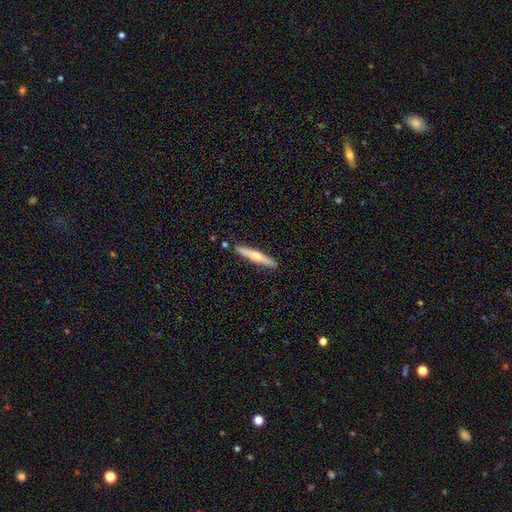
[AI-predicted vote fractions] Smooth or featured? featured or disk (51%)
Edge-on disk? yes (96%)
Merging? none (89%)